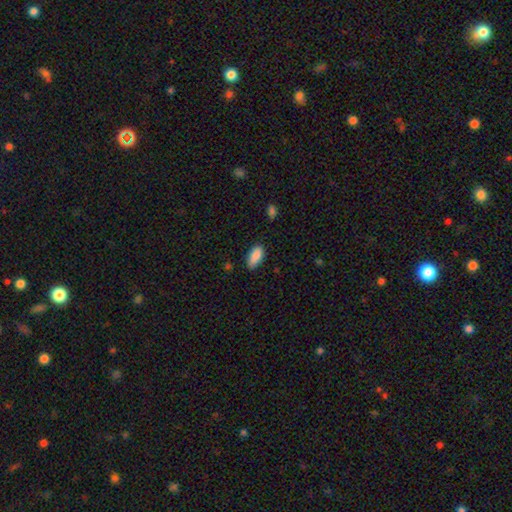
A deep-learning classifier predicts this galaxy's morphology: Q: Smooth or featured?
A: smooth (89%); runner-up: star or artifact (7%)
Q: How rounded?
A: in between (89%); runner-up: cigar-shaped (8%)
Q: Merging?
A: none (79%); runner-up: minor disturbance (17%)